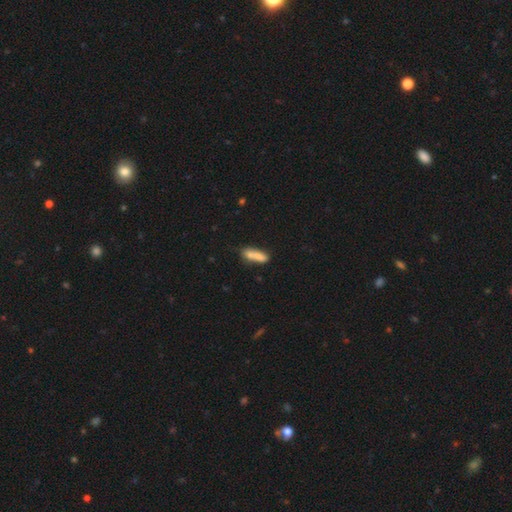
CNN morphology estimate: A smooth galaxy with no disk features (77%) that is cigar-shaped (56%). Merging: none (51%).